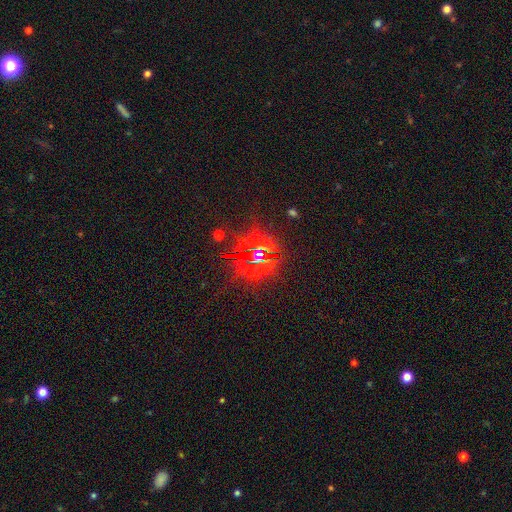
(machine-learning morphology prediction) A star or artifact, not a galaxy (80%).